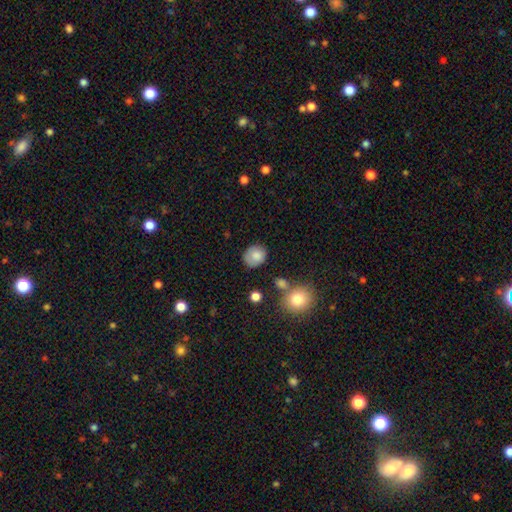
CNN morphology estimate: smooth 82%, featured or disk 9%, star or artifact 9%. Down the decision tree: how rounded — round (65%); merging — none (74%).